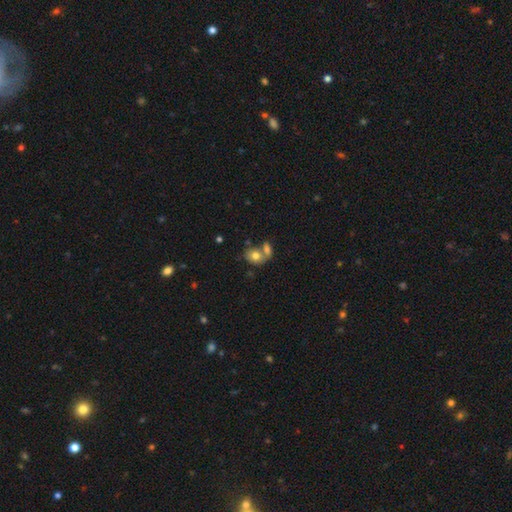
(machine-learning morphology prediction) A smooth galaxy with no disk features (75%) that is in between round and cigar-shaped (58%). Merging: merger (50%).